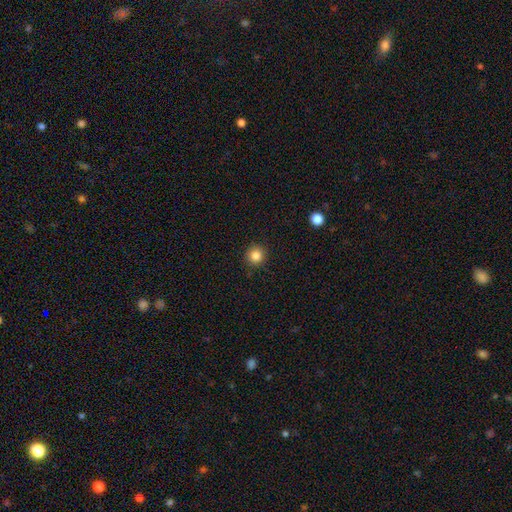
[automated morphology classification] This is clearly a smooth galaxy (85%). How rounded: clearly round (93%). Merging: clearly none (91%).